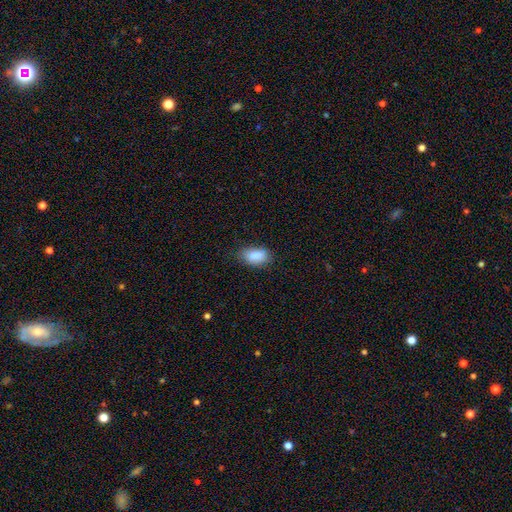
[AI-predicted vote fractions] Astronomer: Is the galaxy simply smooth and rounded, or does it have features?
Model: smooth — 87%.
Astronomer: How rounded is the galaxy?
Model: in between — 91%.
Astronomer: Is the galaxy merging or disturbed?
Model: none — 72%.